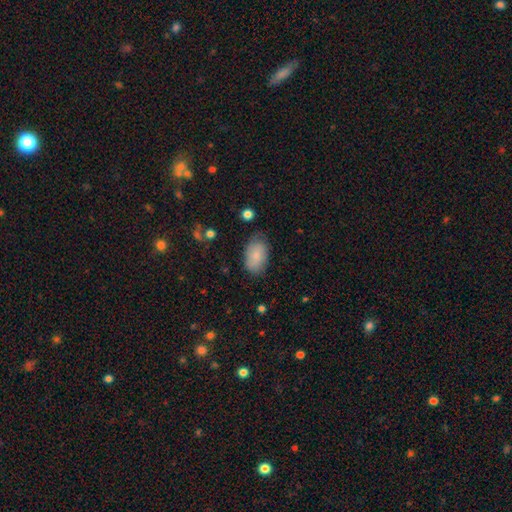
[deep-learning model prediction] Smooth or featured? Predicted: smooth (p=0.80). How rounded? Predicted: in between (p=0.92). Merging? Predicted: none (p=0.74).